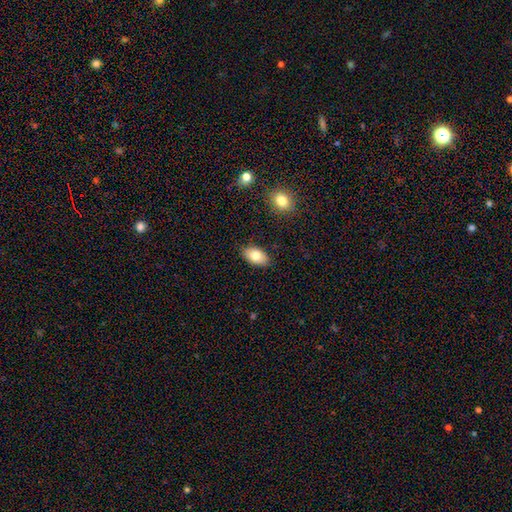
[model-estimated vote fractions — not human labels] Morphology: type=smooth (79%); roundness=in between (93%); merging=none (86%).